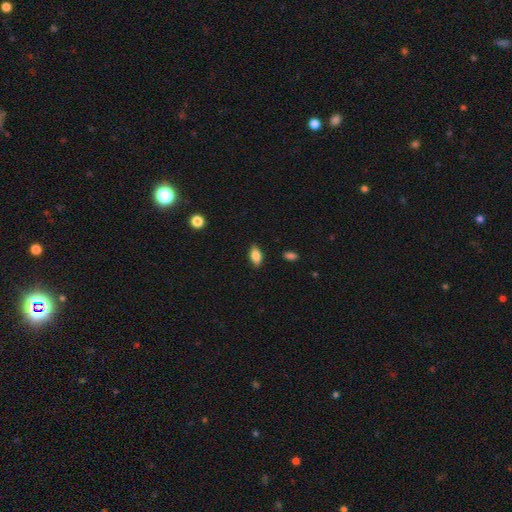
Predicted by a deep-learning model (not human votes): smooth_or_featured: smooth (p=0.82) [alt: featured or disk p=0.11]
how_rounded: in between (p=0.88) [alt: cigar-shaped p=0.08]
merging: none (p=0.85) [alt: minor disturbance p=0.11]